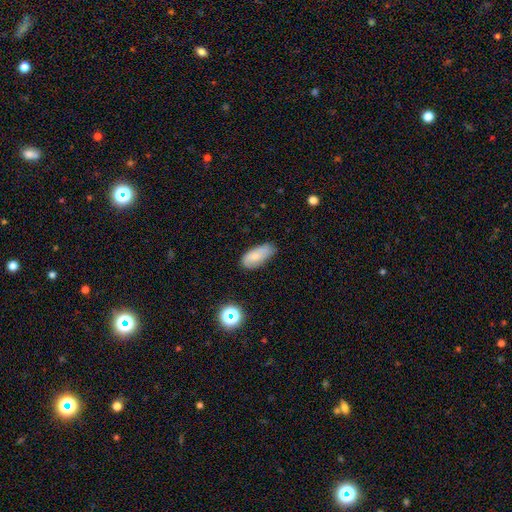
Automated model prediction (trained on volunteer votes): This appears to be a smooth galaxy with no disk features (74%) that is in between round and cigar-shaped (87%). Merging: none (61%).